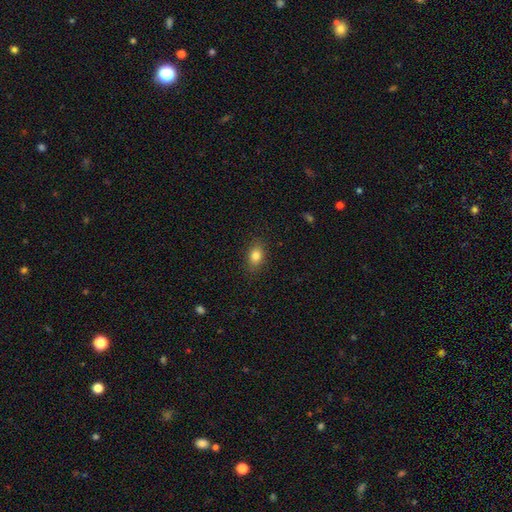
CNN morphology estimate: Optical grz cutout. It shows a smooth galaxy with no disk features (82%) that is in between round and cigar-shaped (80%). Merging: none (85%).